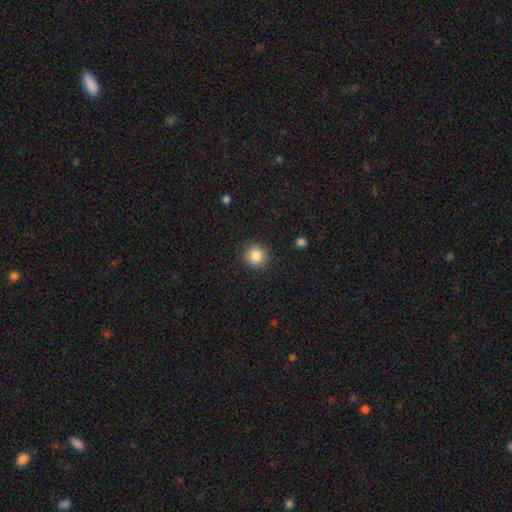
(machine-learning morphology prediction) type=smooth (86%); roundness=round (93%); merging=none (91%).